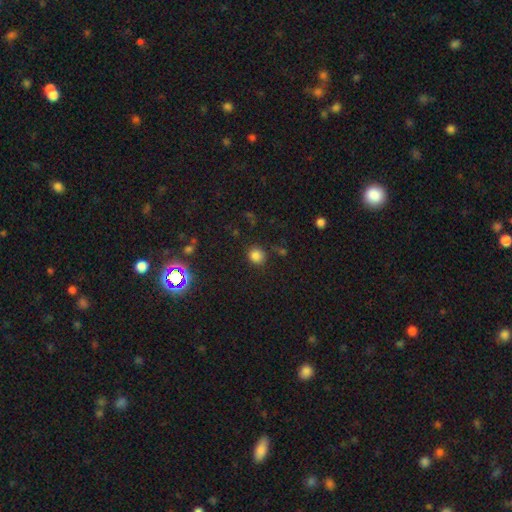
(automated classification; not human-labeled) This is clearly a smooth galaxy (80%). How rounded: clearly round (86%). Merging: clearly none (83%).